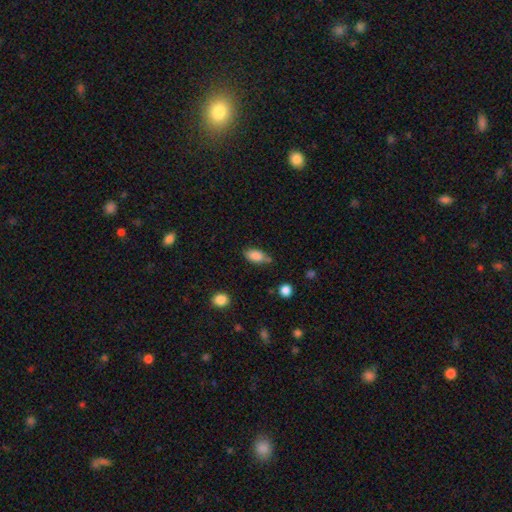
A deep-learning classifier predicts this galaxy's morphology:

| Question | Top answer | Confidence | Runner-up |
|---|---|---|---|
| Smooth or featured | smooth | 86% | star or artifact (8%) |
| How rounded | in between | 90% | round (5%) |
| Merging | none | 65% | minor disturbance (22%) |